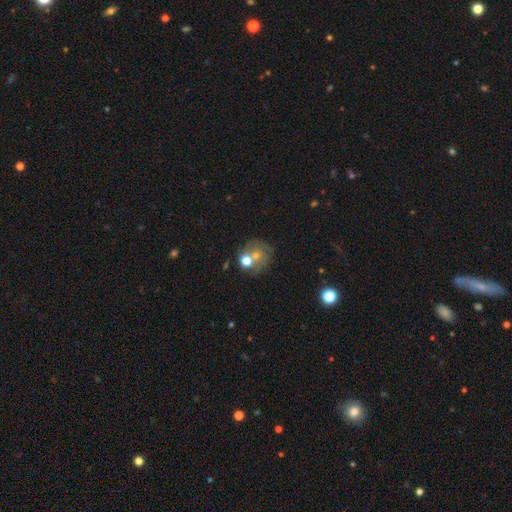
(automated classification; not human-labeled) Overall: smooth (44%; featured or disk 36%). Merging: none (52%; merger 24%).